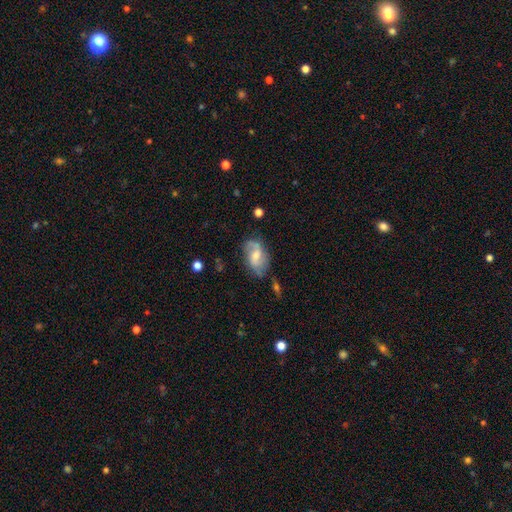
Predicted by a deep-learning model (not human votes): The model was most divided on "bar": weak: 45%, no: 44%, strong: 11%. Remaining: edge-on disk — no (95%); spiral arms — yes (86%); spiral arm count — 2 (72%); merging — none (64%); smooth or featured — featured or disk (62%); bulge size — moderate (57%); spiral winding — loose (46%).